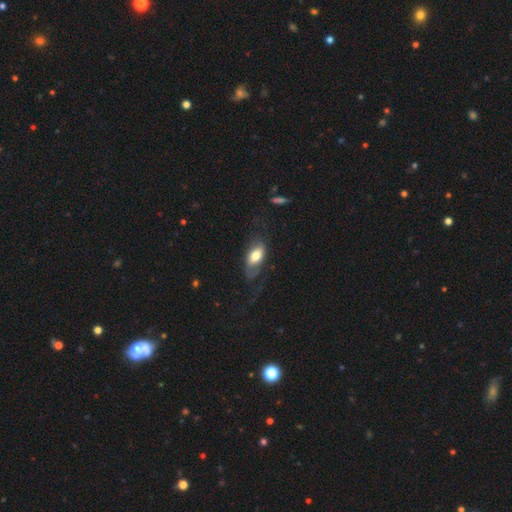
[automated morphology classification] Overall: smooth (59%; featured or disk 35%). How rounded: in between (88%). Merging: none (45%; major disturbance 30%).